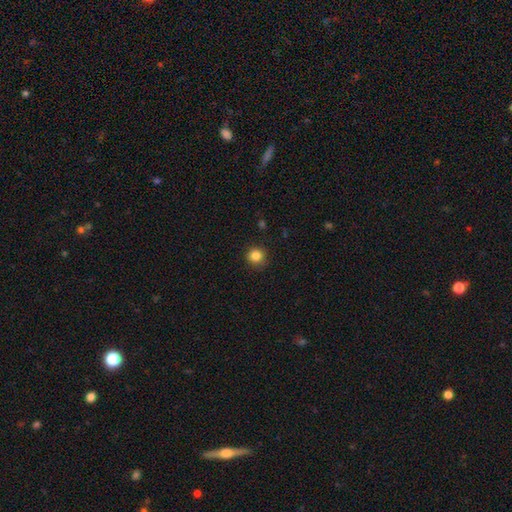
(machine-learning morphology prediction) smooth-or-featured: smooth: 84% | star or artifact: 11% | featured or disk: 5%
  how-rounded: round: 94% | in between: 5% | cigar-shaped: 1%
  merging: none: 89% | minor disturbance: 8% | major disturbance: 2% | merger: 1%